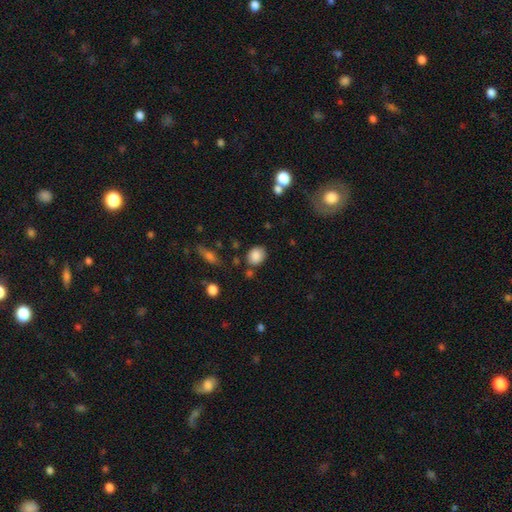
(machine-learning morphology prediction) smooth 86%, star or artifact 9%, featured or disk 5%. Down the decision tree: how rounded — round (54%); merging — none (77%).